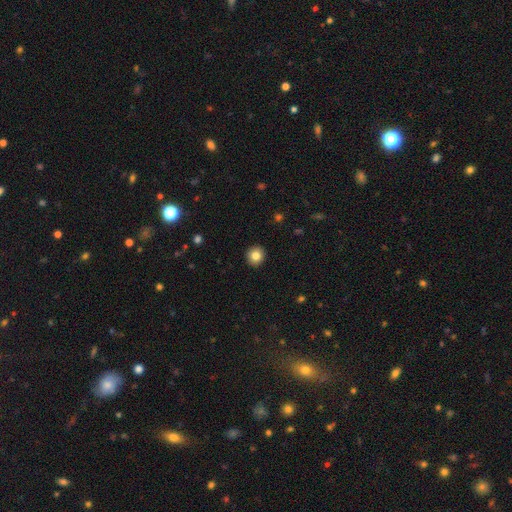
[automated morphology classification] This is clearly a smooth galaxy (83%). How rounded: clearly round (91%). Merging: clearly none (93%).